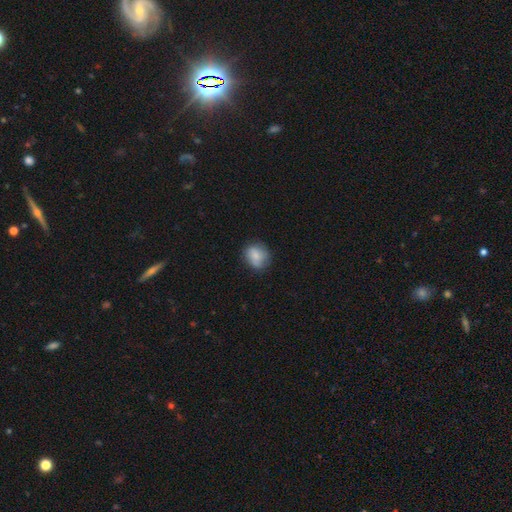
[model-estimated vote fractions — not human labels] The model was most divided on "how rounded": round: 69%, in between: 30%, cigar-shaped: 1%. More confident: smooth or featured — smooth (79%); merging — none (68%).